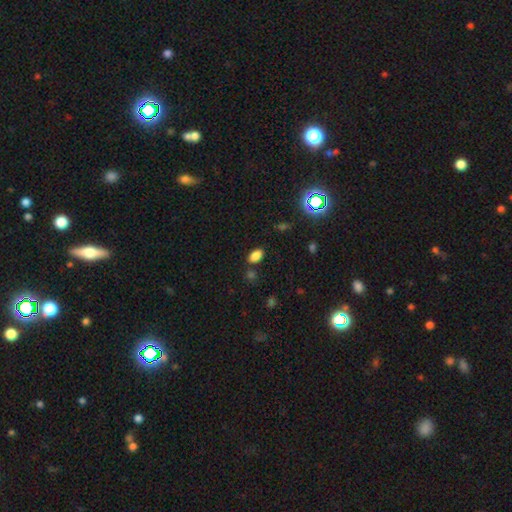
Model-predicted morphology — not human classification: smooth-or-featured: smooth: 81% | star or artifact: 14% | featured or disk: 4%
  how-rounded: in between: 91% | round: 7% | cigar-shaped: 2%
  merging: none: 80% | minor disturbance: 11% | merger: 6% | major disturbance: 3%